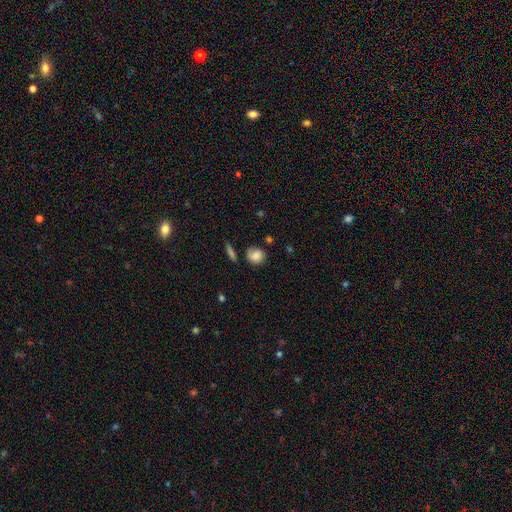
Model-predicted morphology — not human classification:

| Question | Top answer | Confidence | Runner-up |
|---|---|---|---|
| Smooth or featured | smooth | 80% | featured or disk (11%) |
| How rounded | round | 78% | in between (20%) |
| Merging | none | 68% | minor disturbance (21%) |